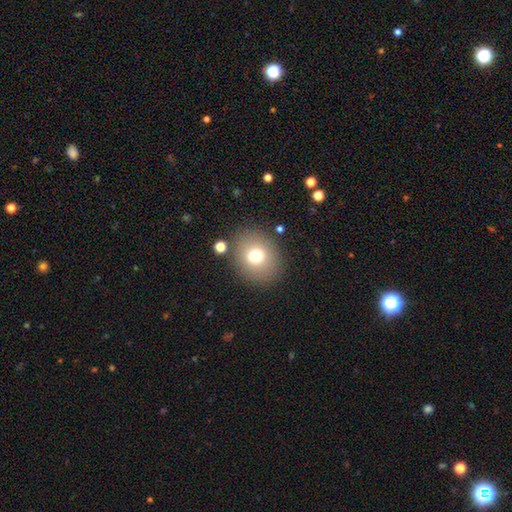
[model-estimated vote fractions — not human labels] Smooth or featured? smooth (73%)
How rounded? round (67%)
Merging? none (84%)